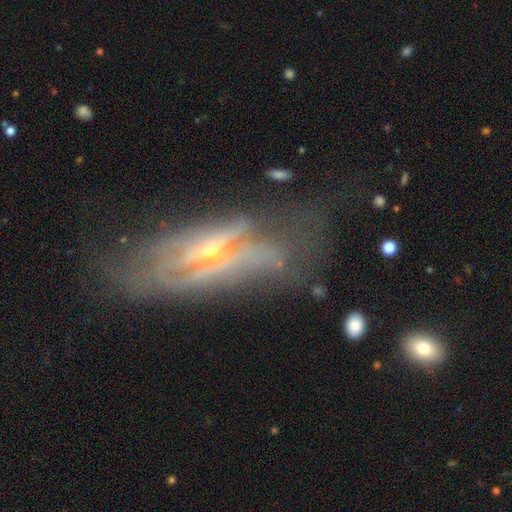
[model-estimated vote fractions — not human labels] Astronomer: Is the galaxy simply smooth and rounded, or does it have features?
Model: featured or disk — 73%.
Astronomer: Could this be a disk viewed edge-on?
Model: no — 55% (runner-up: yes, 45%).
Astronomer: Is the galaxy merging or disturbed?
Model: none — 47% (runner-up: major disturbance, 26%).